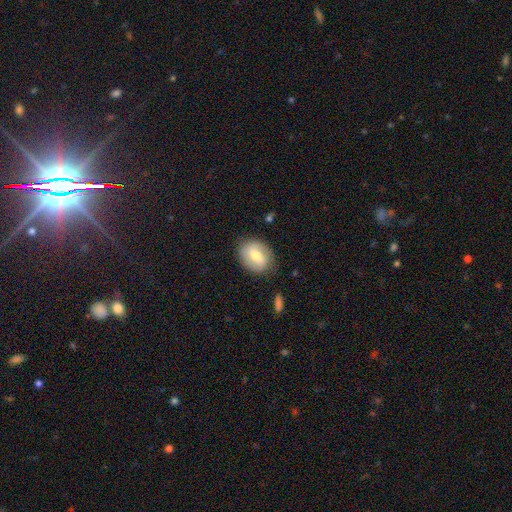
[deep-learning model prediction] A smooth galaxy with no disk features (48%).

Vote fractions:
- Smooth or featured? smooth: 48% / featured or disk: 45% / star or artifact: 6%
- Merging? none: 81% / minor disturbance: 13% / major disturbance: 4% / merger: 2%